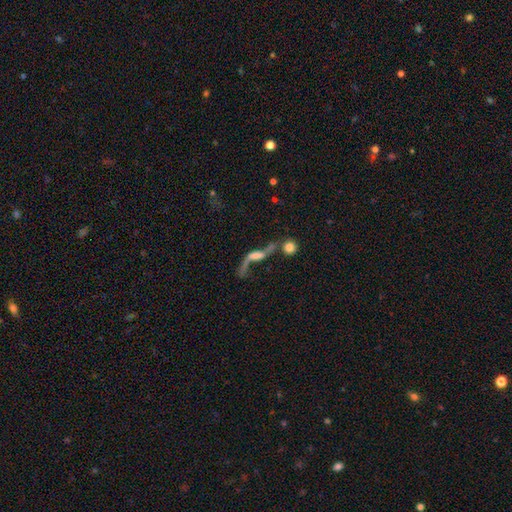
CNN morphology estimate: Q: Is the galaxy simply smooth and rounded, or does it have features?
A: featured or disk — 70%.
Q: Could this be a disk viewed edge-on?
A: no — 79%.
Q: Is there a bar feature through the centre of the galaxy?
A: no — 46%.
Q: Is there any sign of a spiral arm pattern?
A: yes — 81%.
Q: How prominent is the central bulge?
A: none — 37%.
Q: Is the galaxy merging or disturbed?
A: none — 37%.